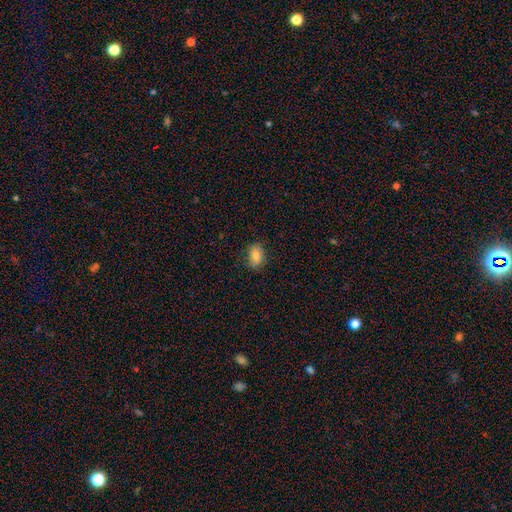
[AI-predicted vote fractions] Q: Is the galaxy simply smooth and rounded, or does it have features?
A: smooth — 82%.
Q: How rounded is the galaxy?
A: in between — 79%.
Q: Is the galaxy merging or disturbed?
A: none — 83%.